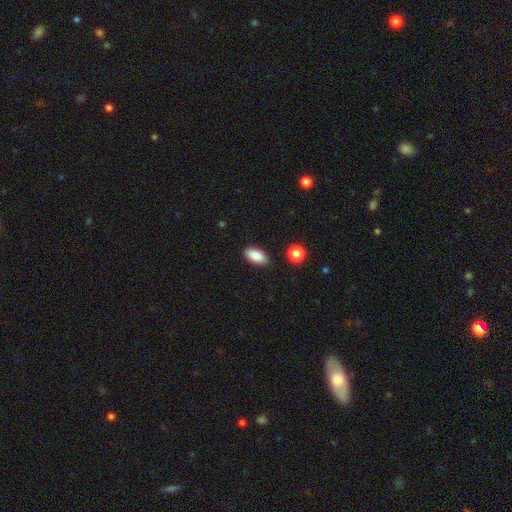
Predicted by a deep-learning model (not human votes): smooth_or_featured: smooth (p=0.87) [alt: star or artifact p=0.07]
how_rounded: in between (p=0.92) [alt: cigar-shaped p=0.04]
merging: none (p=0.88) [alt: minor disturbance p=0.08]